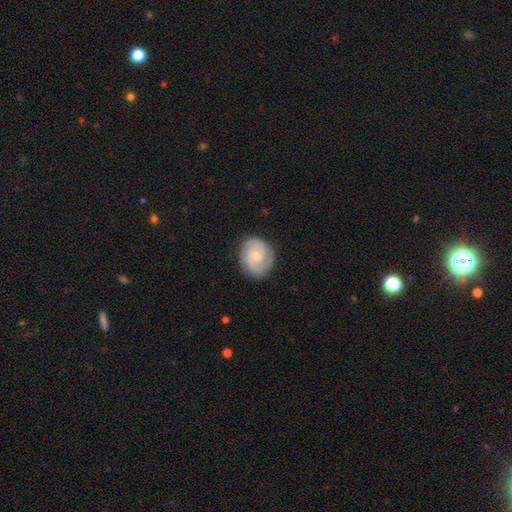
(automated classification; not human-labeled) Smooth or featured? Predicted: featured or disk (p=0.75). Edge-on disk? Predicted: no (p=0.98). Bar? Predicted: no (p=0.60). Spiral arms? Predicted: yes (p=0.94). Spiral winding? Predicted: tight (p=0.53). Spiral arm count? Predicted: 2 (p=0.65). Bulge size? Predicted: small (p=0.57). Merging? Predicted: none (p=0.82).